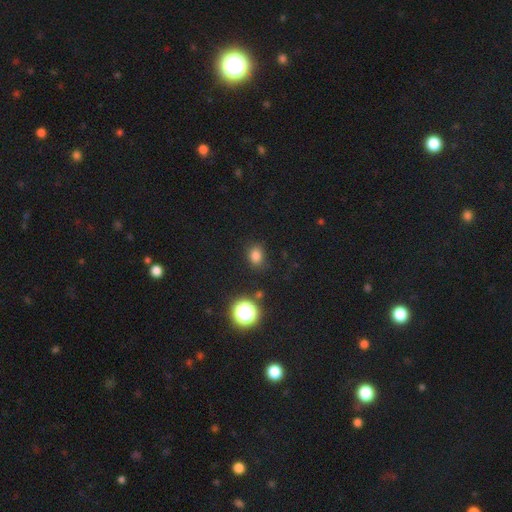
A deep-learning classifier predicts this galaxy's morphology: This appears to be a smooth galaxy with no disk features (78%) that is in between round and cigar-shaped (57%). Merging: none (81%).